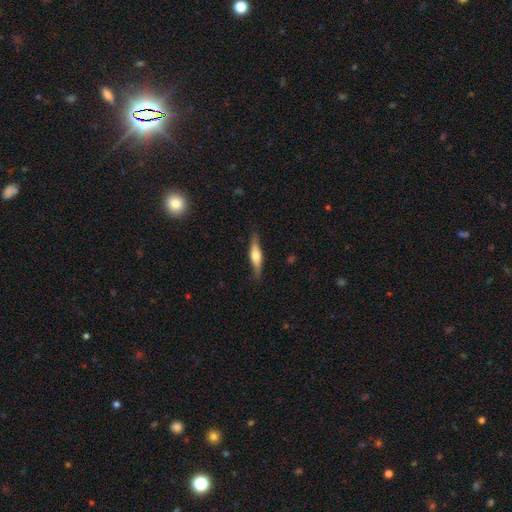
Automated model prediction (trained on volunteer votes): This is possibly a featured or disk galaxy (51%). It is clearly viewed edge-on (90%). Merging: clearly none (81%).